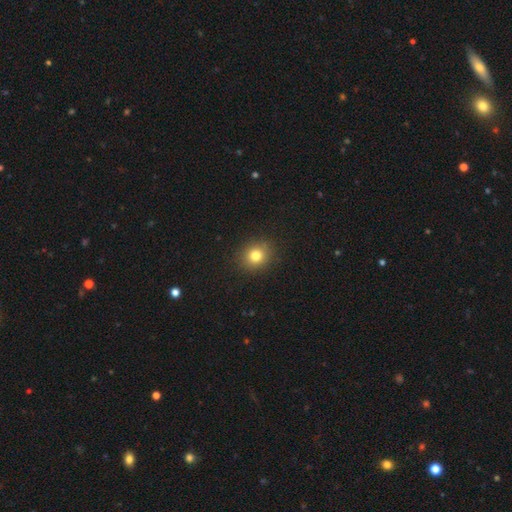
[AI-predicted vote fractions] Smooth or featured? Predicted: smooth (p=0.80). How rounded? Predicted: round (p=0.77). Merging? Predicted: none (p=0.89).